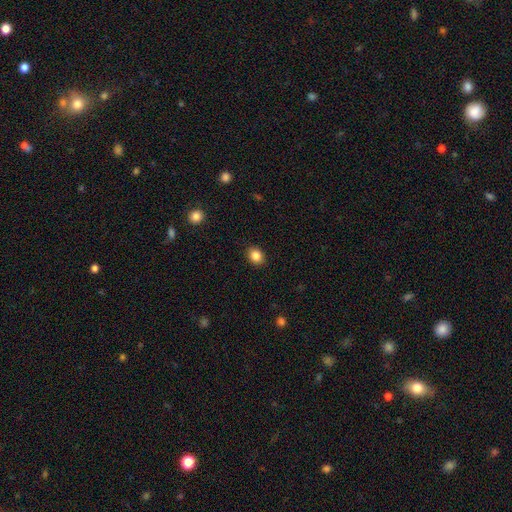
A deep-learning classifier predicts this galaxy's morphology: This is clearly a smooth galaxy (85%). How rounded: possibly round (53%). Merging: clearly none (89%).